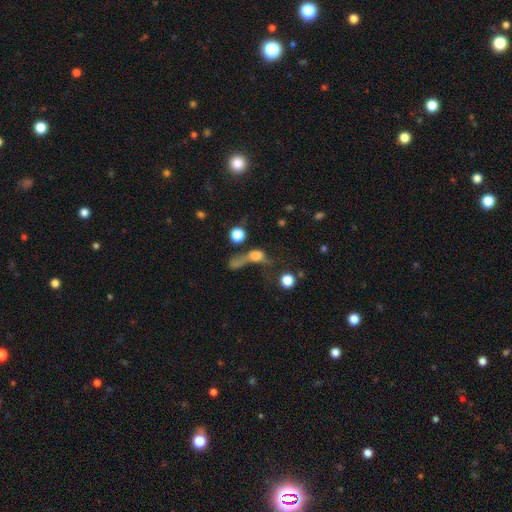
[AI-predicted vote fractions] smooth 61%, featured or disk 21%, star or artifact 18%. Down the decision tree: how rounded — round (49%); merging — major disturbance (33%, tied with merger).